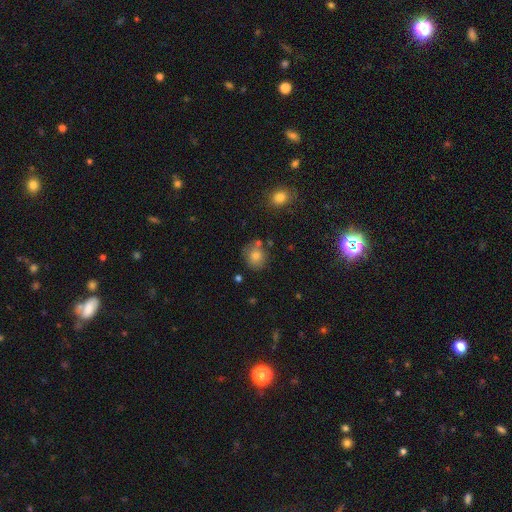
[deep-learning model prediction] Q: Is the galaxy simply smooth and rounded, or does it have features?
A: smooth — 79%.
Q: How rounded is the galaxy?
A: round — 82%.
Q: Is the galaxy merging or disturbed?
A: none — 75%.